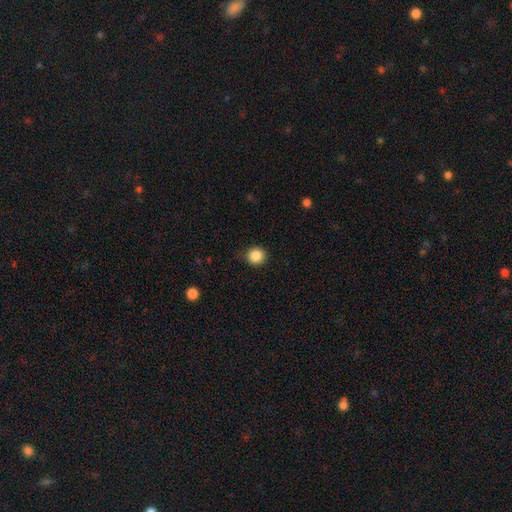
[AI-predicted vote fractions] Overall: smooth (87%). How rounded: round (91%). Merging: none (87%).